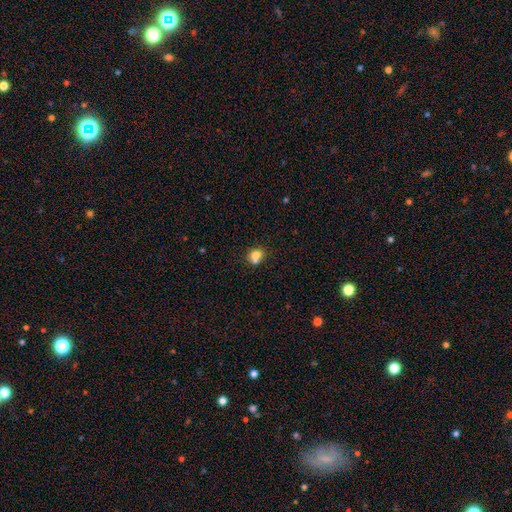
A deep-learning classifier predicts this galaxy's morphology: A smooth galaxy with no disk features (74%) that is round (70%).

Vote fractions:
- Smooth or featured? smooth: 74% / featured or disk: 14% / star or artifact: 12%
- How rounded? round: 70% / in between: 29% / cigar-shaped: 1%
- Merging? none: 45% / merger: 40% / minor disturbance: 11% / major disturbance: 4%